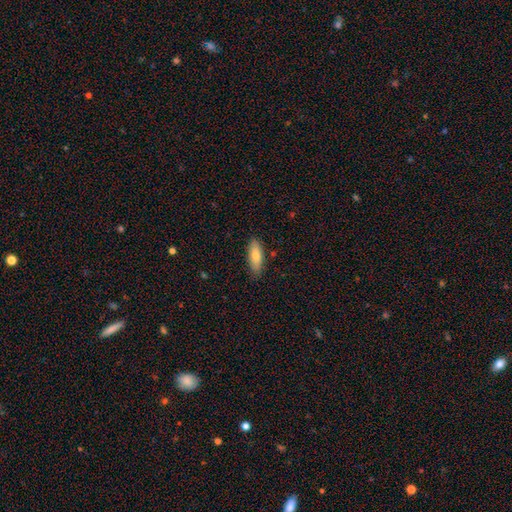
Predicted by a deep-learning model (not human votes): Overall: smooth (78%). How rounded: in between (69%; cigar-shaped 29%). Merging: none (85%).